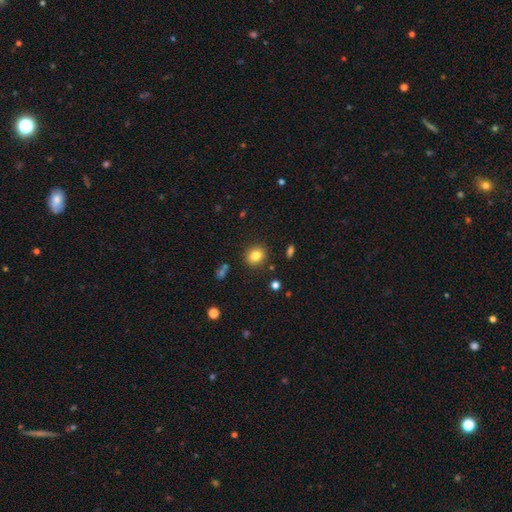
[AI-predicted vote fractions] Q: Smooth or featured?
A: smooth (82%); runner-up: star or artifact (11%)
Q: How rounded?
A: round (74%); runner-up: in between (25%)
Q: Merging?
A: none (88%); runner-up: minor disturbance (7%)